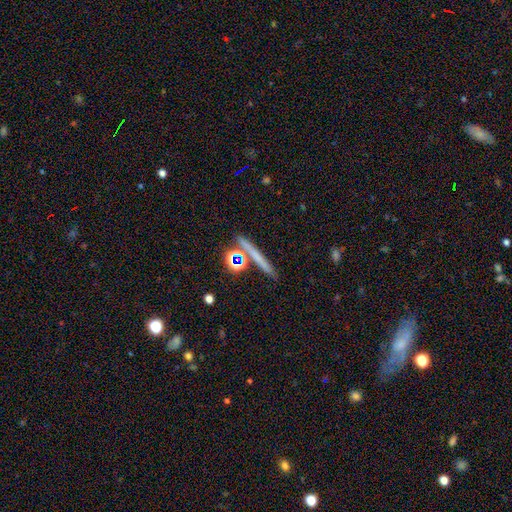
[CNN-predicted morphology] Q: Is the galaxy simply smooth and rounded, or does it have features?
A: smooth — 48%.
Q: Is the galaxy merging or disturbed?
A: none — 78%.